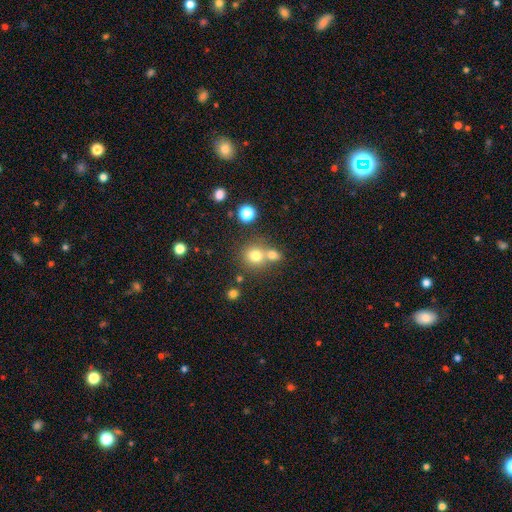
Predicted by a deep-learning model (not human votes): Overall: smooth (74%). How rounded: round (84%). Merging: none (49%; merger 41%).